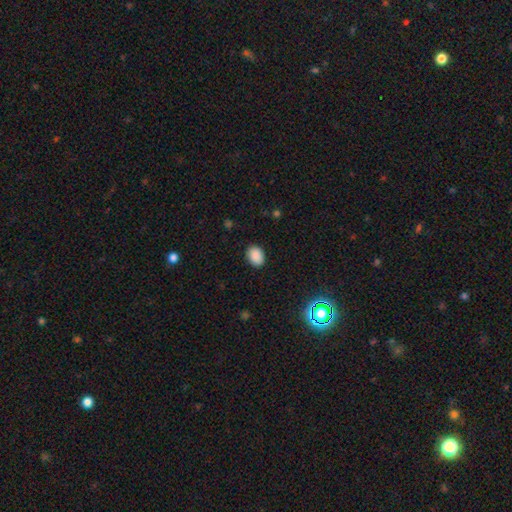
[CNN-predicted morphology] This is clearly a smooth galaxy (88%). How rounded: likely in between (71%). Merging: clearly none (87%).